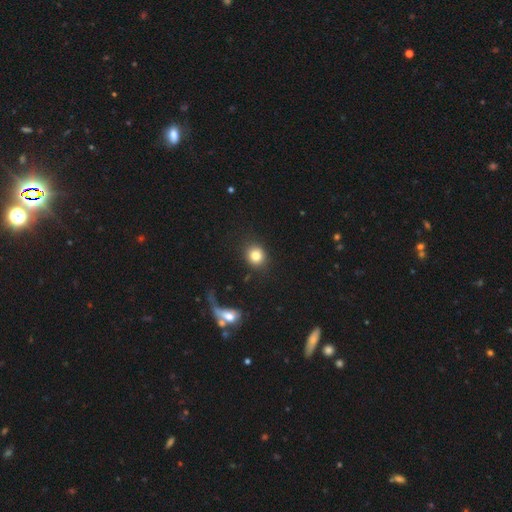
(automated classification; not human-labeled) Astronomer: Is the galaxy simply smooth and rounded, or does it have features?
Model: smooth — 83%.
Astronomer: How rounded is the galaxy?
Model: round — 80%.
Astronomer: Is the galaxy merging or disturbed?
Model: none — 81%.